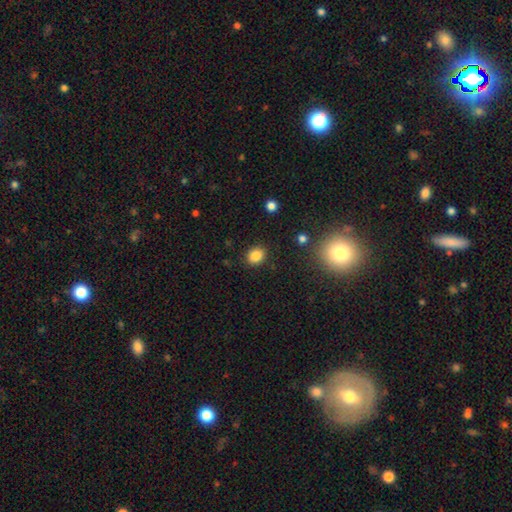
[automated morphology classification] The model was most divided on "how rounded": round: 53%, in between: 46%, cigar-shaped: 1%. More confident: merging — none (88%); smooth or featured — smooth (85%).